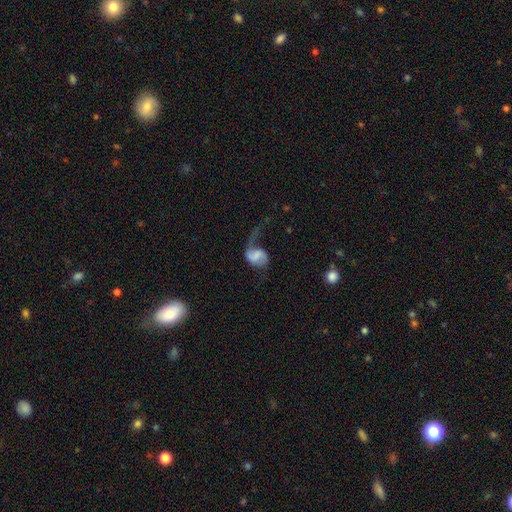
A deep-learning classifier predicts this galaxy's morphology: type=featured or disk (57%); edge-on=no (97%); bar=weak (41%); spiral arms=yes (85%); bulge=none (50%); merging=major disturbance (47%).